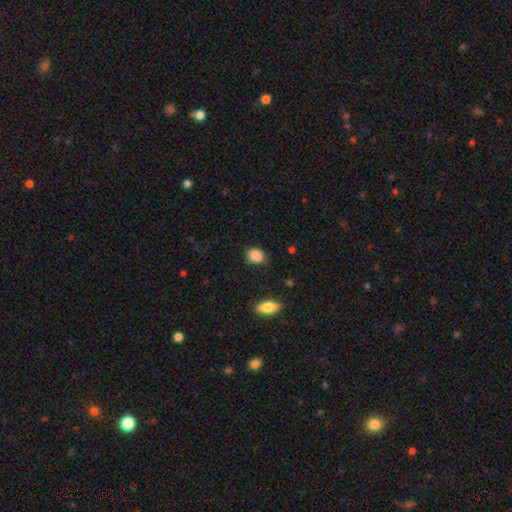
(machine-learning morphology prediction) Q: Smooth or featured?
A: smooth (89%); runner-up: star or artifact (8%)
Q: How rounded?
A: round (51%); runner-up: in between (47%)
Q: Merging?
A: none (73%); runner-up: minor disturbance (21%)